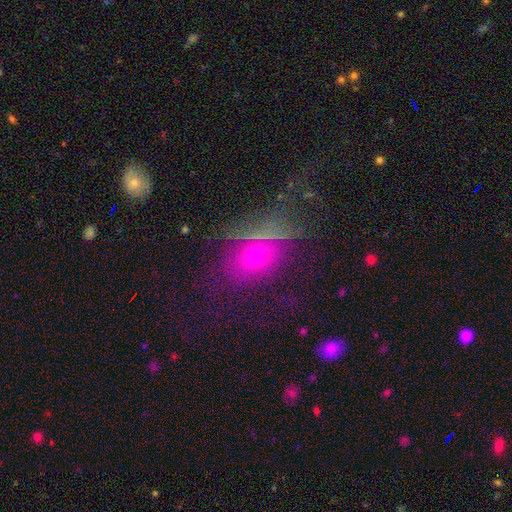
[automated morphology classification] Smooth or featured? Predicted: smooth (p=0.58). How rounded? Predicted: in between (p=0.54). Merging? Predicted: none (p=0.72).